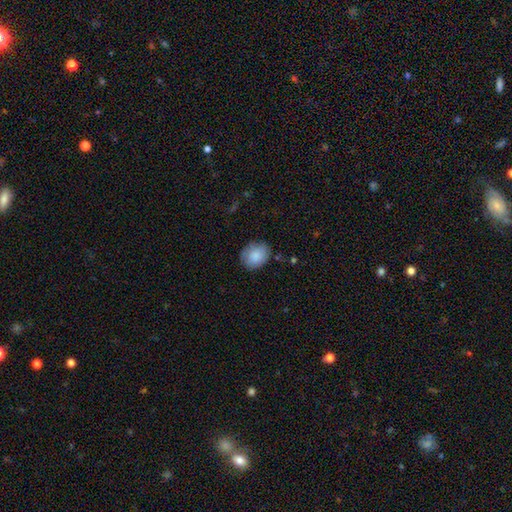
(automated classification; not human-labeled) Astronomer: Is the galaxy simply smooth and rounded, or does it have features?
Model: smooth — 85%.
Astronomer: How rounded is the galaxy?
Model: in between — 53% (runner-up: round, 46%).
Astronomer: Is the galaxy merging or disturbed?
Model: none — 77%.